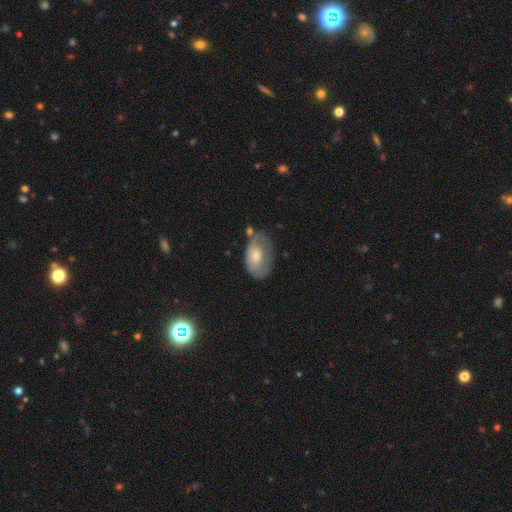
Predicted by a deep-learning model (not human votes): The model was most divided on "merging": none: 42%, minor disturbance: 32%, major disturbance: 18%, merger: 8%. More confident: how rounded — in between (89%); smooth or featured — smooth (57%).